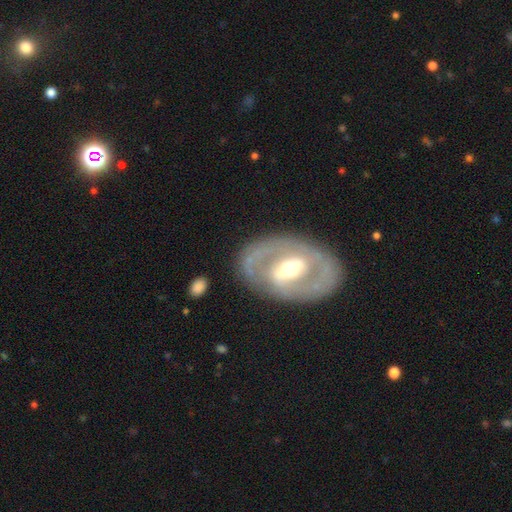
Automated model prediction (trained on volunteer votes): Smooth or featured? featured or disk (77%)
Edge-on disk? no (94%)
Bar? weak (40%)
Spiral arms? yes (59%)
Bulge size? moderate (69%)
Merging? none (80%)